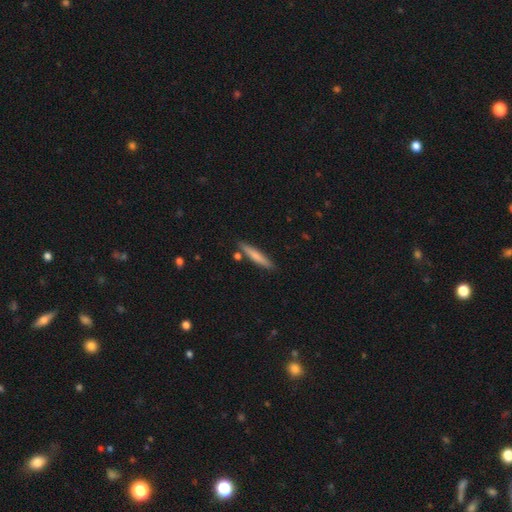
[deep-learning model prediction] Smooth or featured?
  - smooth: 70% *
  - featured or disk: 24%
  - star or artifact: 6%
How rounded?
  - cigar-shaped: 93% *
  - in between: 6%
  - round: 1%
Merging?
  - none: 84% *
  - minor disturbance: 10%
  - merger: 5%
  - major disturbance: 2%